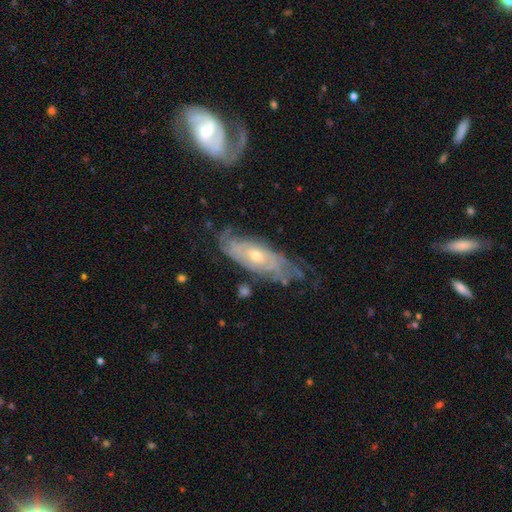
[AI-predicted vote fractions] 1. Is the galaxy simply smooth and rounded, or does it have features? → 79% featured or disk, 14% smooth, 6% star or artifact.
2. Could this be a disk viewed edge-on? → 86% no, 14% yes.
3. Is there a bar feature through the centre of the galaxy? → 76% no, 19% weak, 5% strong.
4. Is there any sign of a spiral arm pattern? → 86% yes, 14% no.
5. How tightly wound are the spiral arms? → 68% tight, 24% medium, 8% loose.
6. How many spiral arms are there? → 56% can't tell, 21% 2, 9% 3, 6% 4, 4% 1, 4% more than 4.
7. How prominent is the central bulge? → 52% small, 45% moderate, 2% large, 1% none, 1% dominant.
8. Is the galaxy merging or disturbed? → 61% none, 23% minor disturbance, 12% major disturbance, 5% merger.